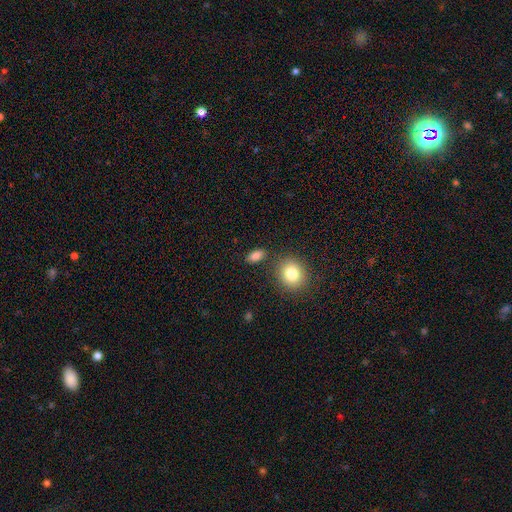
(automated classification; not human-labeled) smooth_or_featured: smooth (p=0.85) [alt: star or artifact p=0.10]
how_rounded: in between (p=0.83) [alt: round p=0.12]
merging: none (p=0.82) [alt: minor disturbance p=0.10]